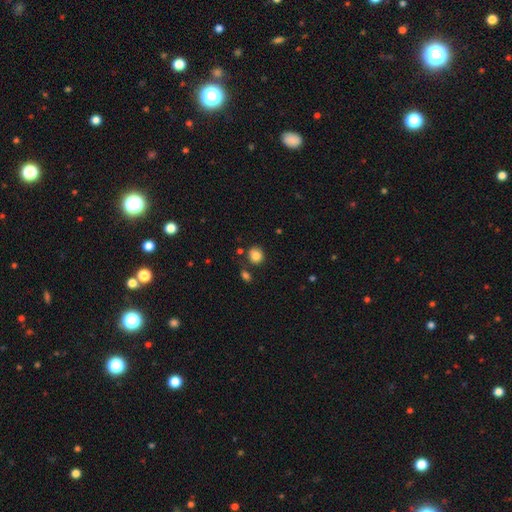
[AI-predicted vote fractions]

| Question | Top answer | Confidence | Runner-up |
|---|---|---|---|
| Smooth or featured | smooth | 85% | star or artifact (10%) |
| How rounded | round | 81% | in between (18%) |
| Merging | none | 75% | minor disturbance (13%) |